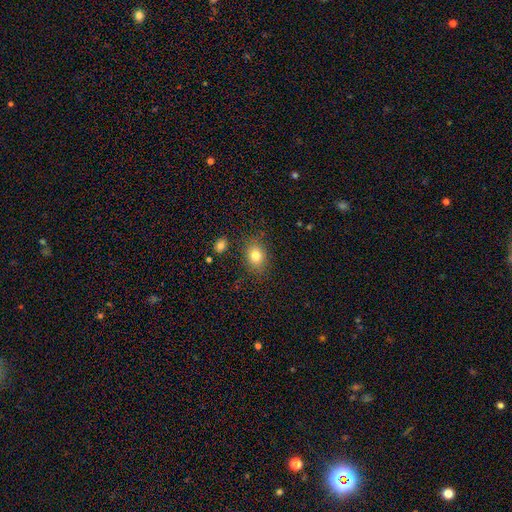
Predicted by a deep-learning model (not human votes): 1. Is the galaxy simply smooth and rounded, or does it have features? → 80% smooth, 11% star or artifact, 9% featured or disk.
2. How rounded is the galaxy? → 52% in between, 47% round, 1% cigar-shaped.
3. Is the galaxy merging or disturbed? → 82% none, 12% minor disturbance, 3% major disturbance, 3% merger.